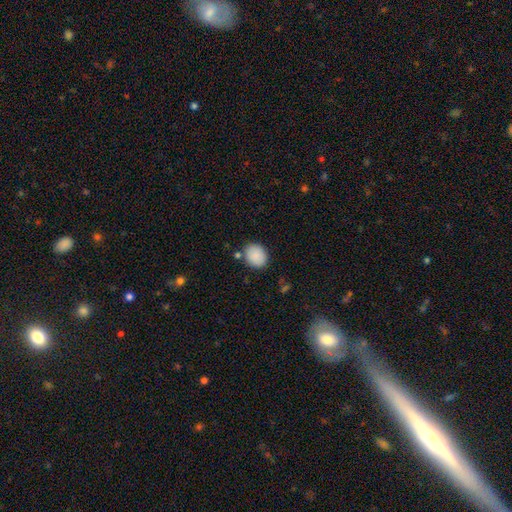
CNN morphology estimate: Smooth or featured? smooth (89%)
How rounded? round (54%)
Merging? none (79%)